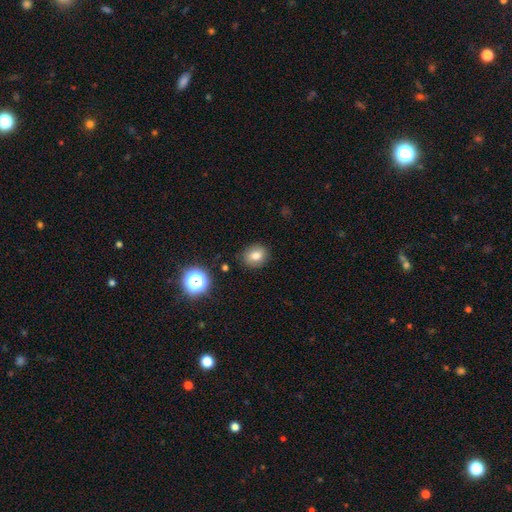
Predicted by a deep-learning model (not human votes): Smooth or featured: smooth — 78% (star or artifact — 13%)
How rounded: round — 71% (in between — 28%)
Merging: none — 87% (minor disturbance — 9%)